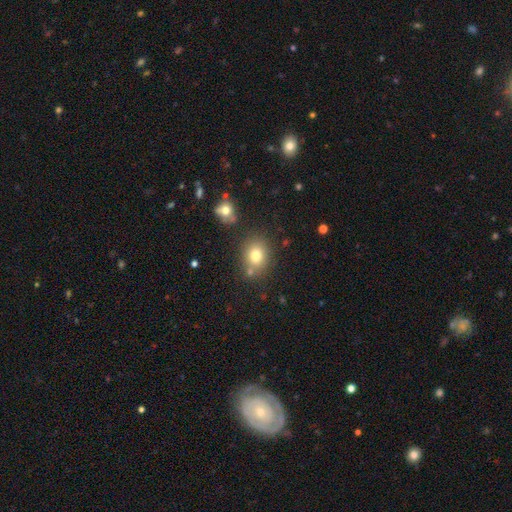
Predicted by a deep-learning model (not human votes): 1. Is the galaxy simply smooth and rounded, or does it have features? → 76% smooth, 13% star or artifact, 10% featured or disk.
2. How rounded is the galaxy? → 60% round, 39% in between, 1% cigar-shaped.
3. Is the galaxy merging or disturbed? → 76% none, 11% minor disturbance, 9% merger, 4% major disturbance.